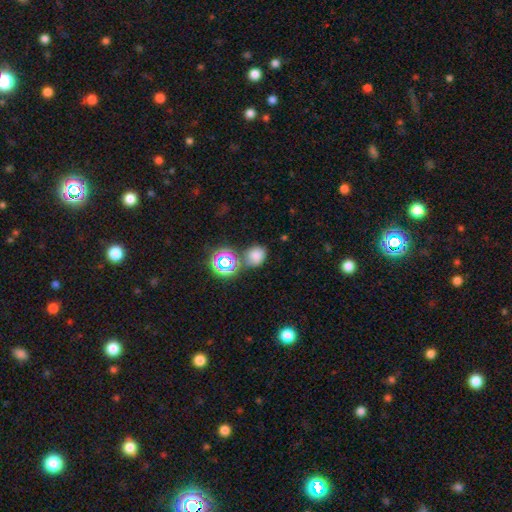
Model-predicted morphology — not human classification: This is likely a smooth galaxy (69%). How rounded: likely round (61%). Merging: likely none (61%).